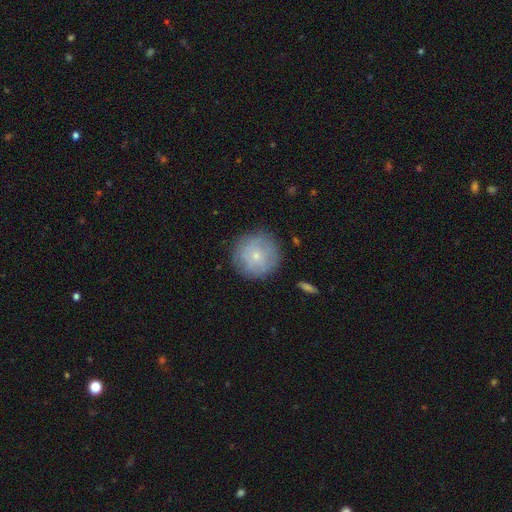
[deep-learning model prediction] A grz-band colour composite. It shows a smooth galaxy with no disk features (60%) that is round (95%). Merging: none (82%).